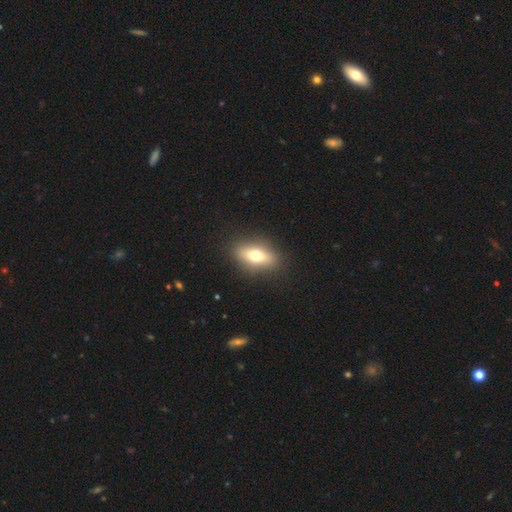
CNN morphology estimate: Smooth or featured: smooth — 64% (featured or disk — 28%)
How rounded: in between — 74% (cigar-shaped — 16%)
Merging: none — 88% (minor disturbance — 8%)